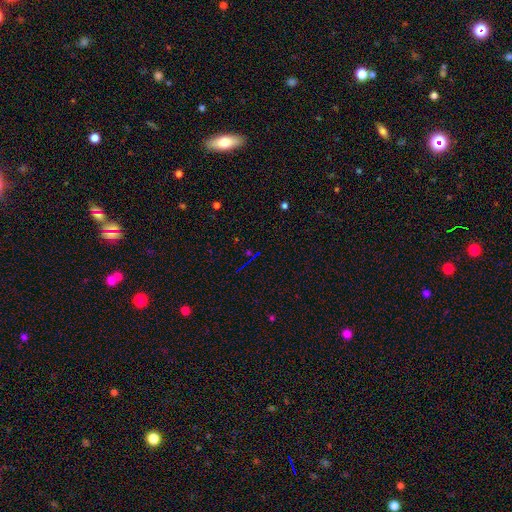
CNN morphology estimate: smooth-or-featured: star or artifact: 69% | smooth: 18% | featured or disk: 13%